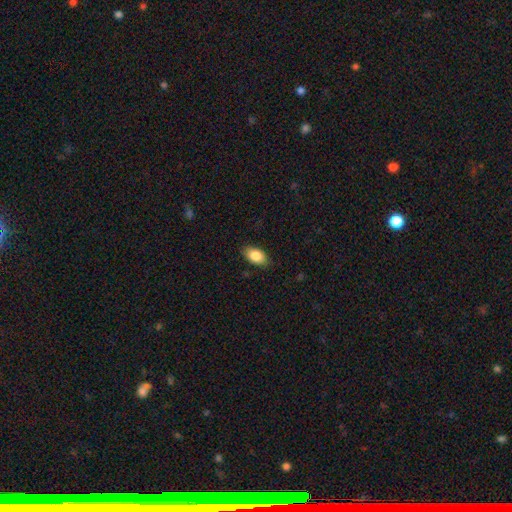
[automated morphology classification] smooth-or-featured: smooth: 86% | featured or disk: 7% | star or artifact: 7%
  how-rounded: in between: 91% | round: 7% | cigar-shaped: 2%
  merging: none: 86% | minor disturbance: 11% | major disturbance: 2% | merger: 1%